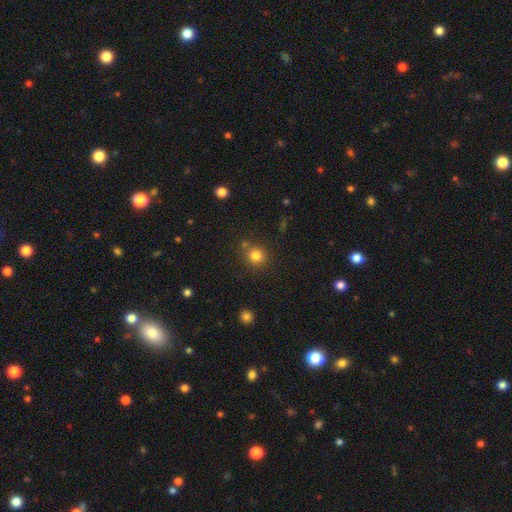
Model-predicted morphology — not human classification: Smooth or featured: smooth — 81% (star or artifact — 13%)
How rounded: round — 88% (in between — 11%)
Merging: none — 76% (minor disturbance — 11%)